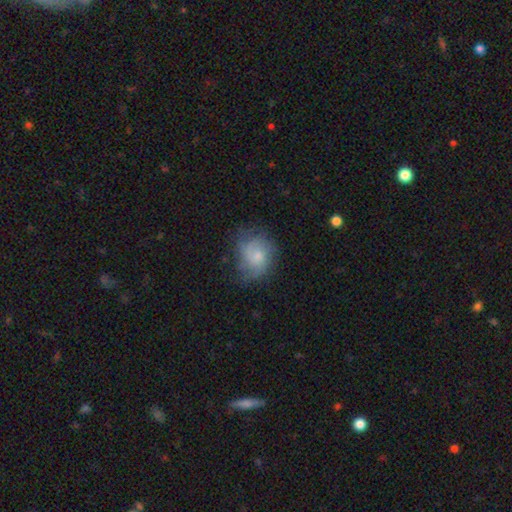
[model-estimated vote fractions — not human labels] Smooth or featured? smooth (46%)
Merging? none (53%)